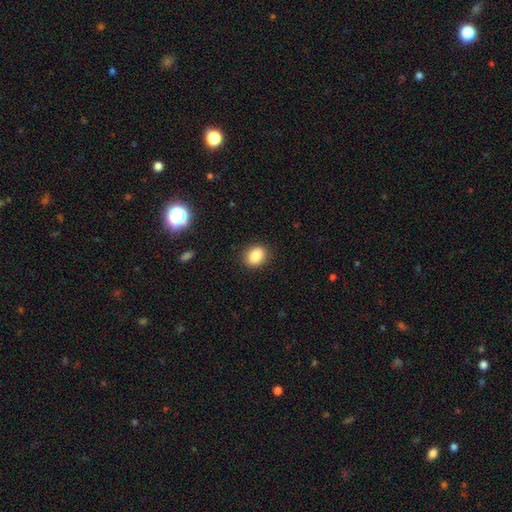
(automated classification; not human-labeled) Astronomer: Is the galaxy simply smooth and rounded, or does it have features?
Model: smooth — 87%.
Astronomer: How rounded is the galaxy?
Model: in between — 54% (runner-up: round, 45%).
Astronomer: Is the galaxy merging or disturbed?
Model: none — 88%.